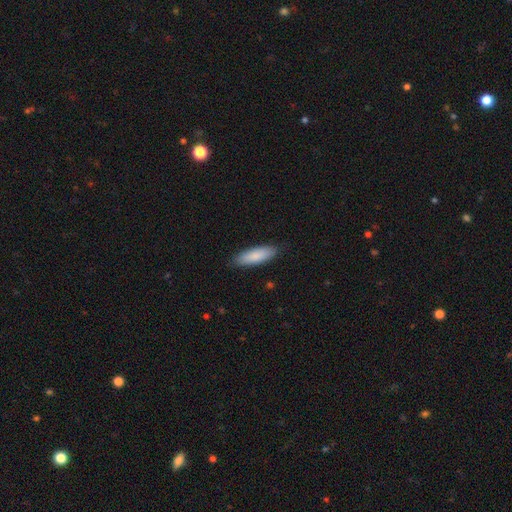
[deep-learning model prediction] smooth_or_featured: smooth (p=0.84) [alt: featured or disk p=0.10]
how_rounded: in between (p=0.51) [alt: cigar-shaped p=0.47]
merging: none (p=0.87) [alt: minor disturbance p=0.11]